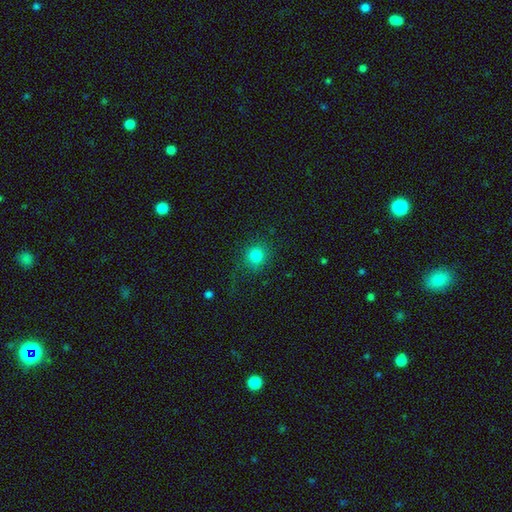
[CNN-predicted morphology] Q: Smooth or featured?
A: smooth (82%); runner-up: star or artifact (12%)
Q: How rounded?
A: round (88%); runner-up: in between (11%)
Q: Merging?
A: none (81%); runner-up: minor disturbance (11%)